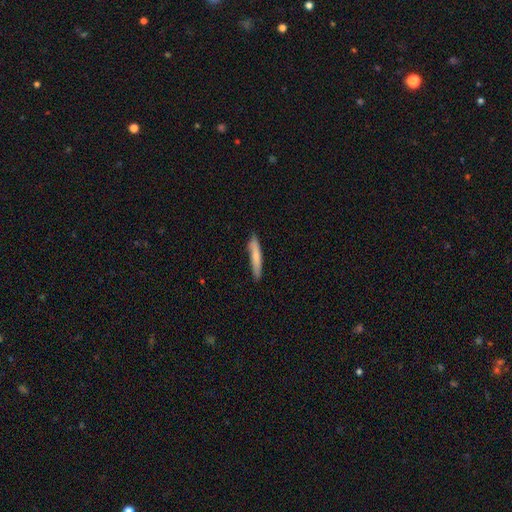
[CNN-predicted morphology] The model was most divided on "smooth or featured": smooth: 75%, featured or disk: 20%, star or artifact: 6%. More confident: how rounded — cigar-shaped (91%); merging — none (82%).